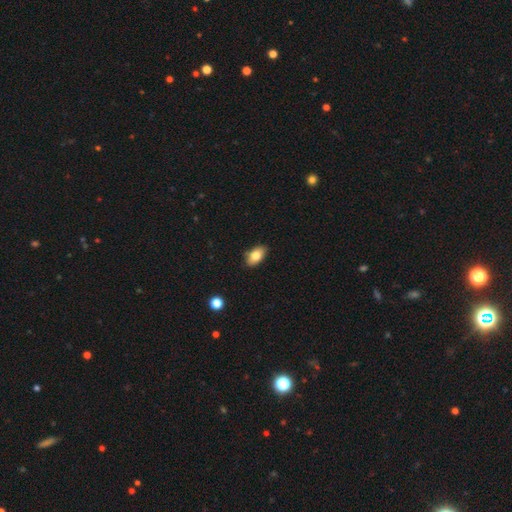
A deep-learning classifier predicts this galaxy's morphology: Q: Smooth or featured?
A: smooth (80%); runner-up: featured or disk (12%)
Q: How rounded?
A: in between (92%); runner-up: round (6%)
Q: Merging?
A: none (86%); runner-up: minor disturbance (11%)